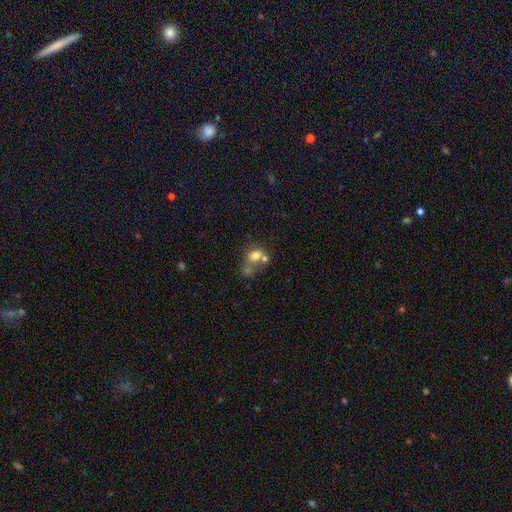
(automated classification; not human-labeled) Smooth or featured?
  - smooth: 68% *
  - featured or disk: 18%
  - star or artifact: 13%
How rounded?
  - round: 58% *
  - in between: 41%
  - cigar-shaped: 1%
Merging?
  - merger: 54% *
  - none: 29%
  - minor disturbance: 10%
  - major disturbance: 7%